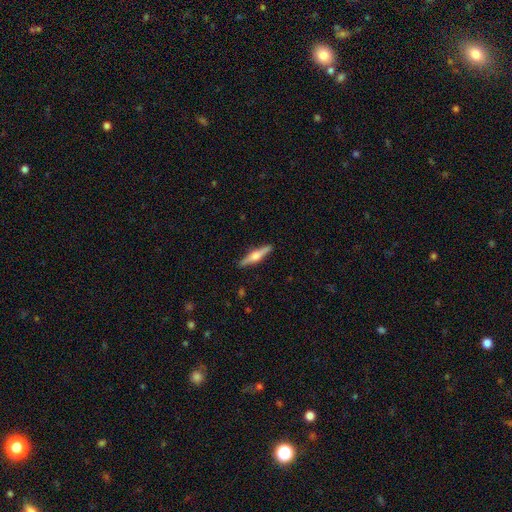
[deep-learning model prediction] This is likely a featured or disk galaxy (64%). It is clearly viewed edge-on (97%). Edge-on bulge: clearly rounded (88%). Merging: clearly none (90%).